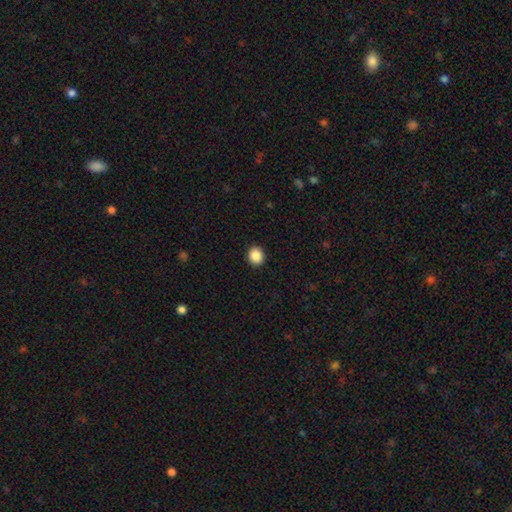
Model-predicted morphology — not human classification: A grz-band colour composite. It shows a smooth galaxy with no disk features (88%) that is round (83%). Merging: none (93%).